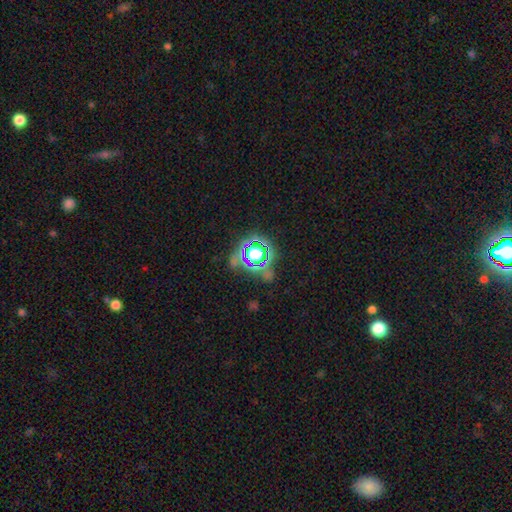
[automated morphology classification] Overall: star or artifact (57%; smooth 28%).